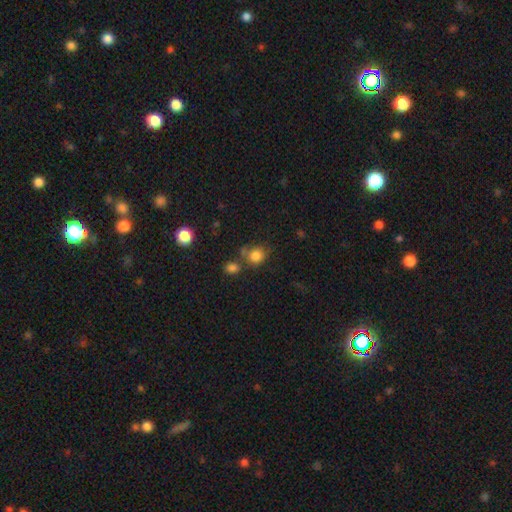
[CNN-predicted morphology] Overall: smooth (82%). How rounded: round (74%). Merging: none (58%; merger 21%).